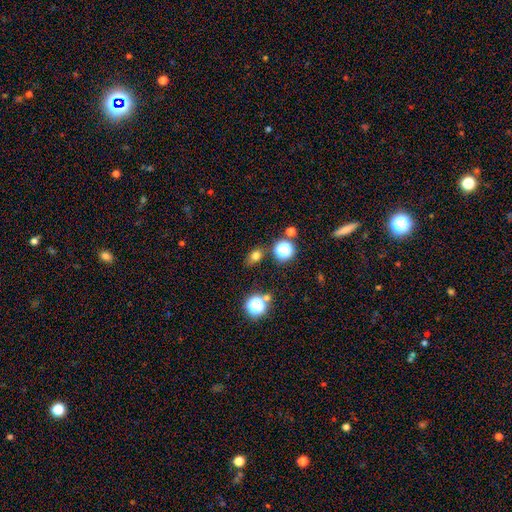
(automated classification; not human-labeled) smooth 72%, star or artifact 20%, featured or disk 8%. Down the decision tree: how rounded — in between (58%); merging — none (79%).